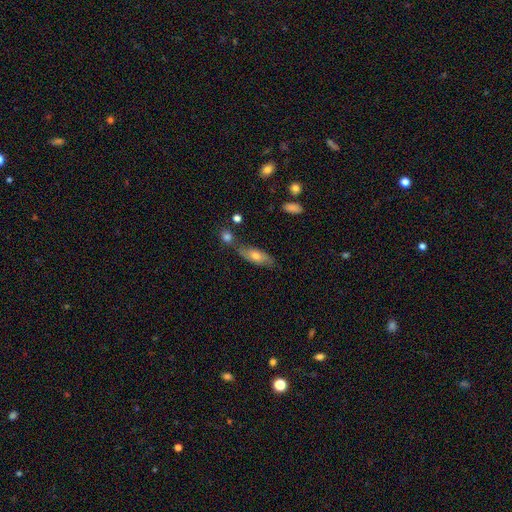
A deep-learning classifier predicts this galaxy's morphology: type=smooth (61%); roundness=in between (66%); merging=none (61%).